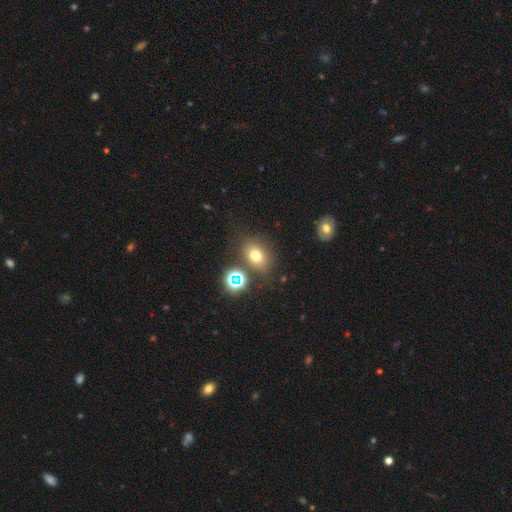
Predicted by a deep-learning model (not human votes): A smooth galaxy with no disk features (69%) that is in between round and cigar-shaped (57%).

Vote fractions:
- Smooth or featured? smooth: 69% / star or artifact: 19% / featured or disk: 12%
- How rounded? in between: 57% / round: 42% / cigar-shaped: 1%
- Merging? none: 74% / minor disturbance: 12% / merger: 9% / major disturbance: 5%